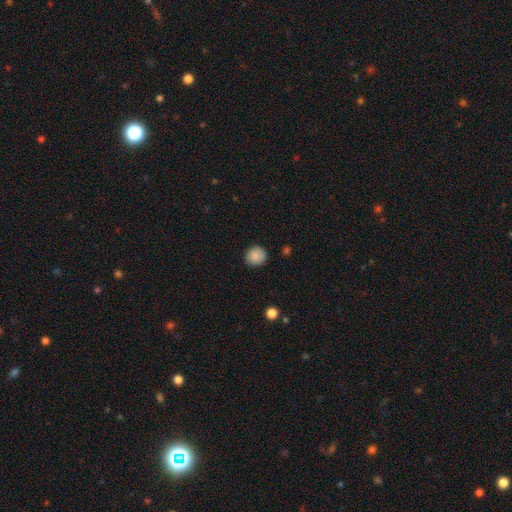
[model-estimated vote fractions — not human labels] Morphology: type=smooth (88%); roundness=round (91%); merging=none (88%).